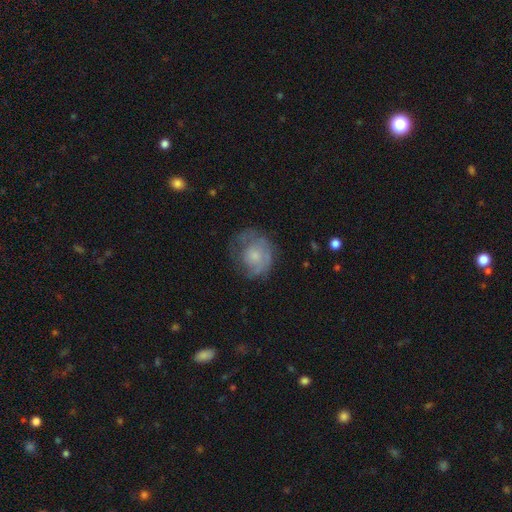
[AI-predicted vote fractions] featured or disk 50%, smooth 42%, star or artifact 8%. Down the decision tree: edge-on disk — no (97%); merging — none (54%).